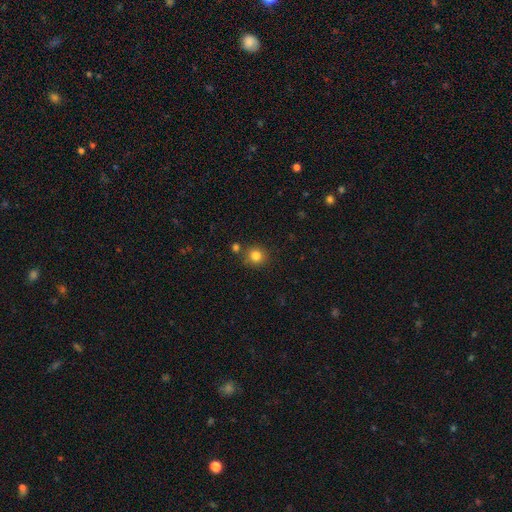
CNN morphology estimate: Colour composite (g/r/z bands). It shows a smooth galaxy with no disk features (82%) that is round (89%). Merging: none (80%).